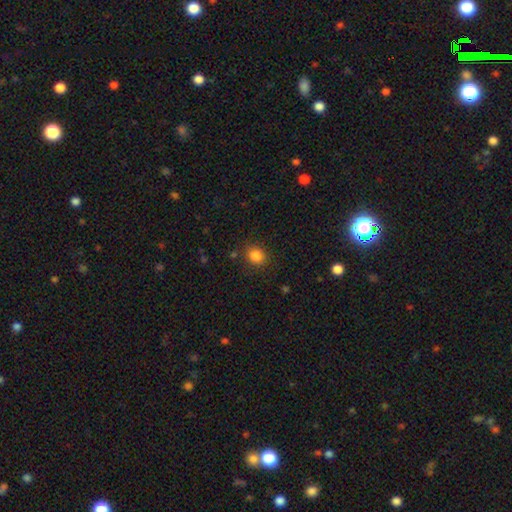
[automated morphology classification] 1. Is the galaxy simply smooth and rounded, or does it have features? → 84% smooth, 11% star or artifact, 4% featured or disk.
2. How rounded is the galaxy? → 64% round, 35% in between, 1% cigar-shaped.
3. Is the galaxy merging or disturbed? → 83% none, 11% minor disturbance, 3% major disturbance, 2% merger.